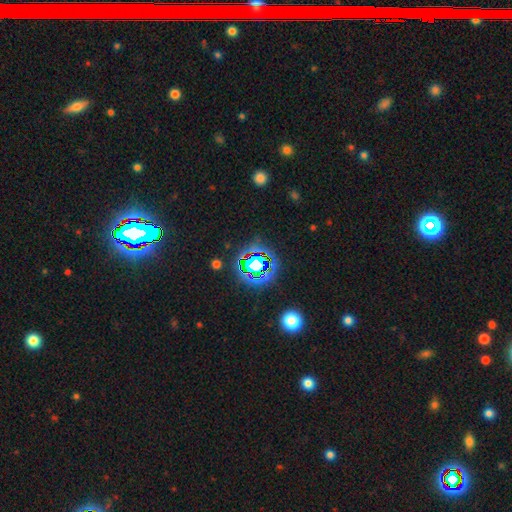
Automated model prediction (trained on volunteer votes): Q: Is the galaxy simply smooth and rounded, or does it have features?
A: star or artifact — 78%.